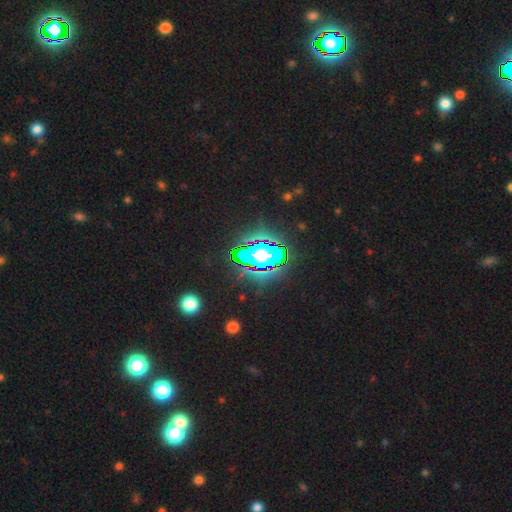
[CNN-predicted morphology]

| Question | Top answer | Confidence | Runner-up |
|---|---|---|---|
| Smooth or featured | star or artifact | 75% | smooth (14%) |